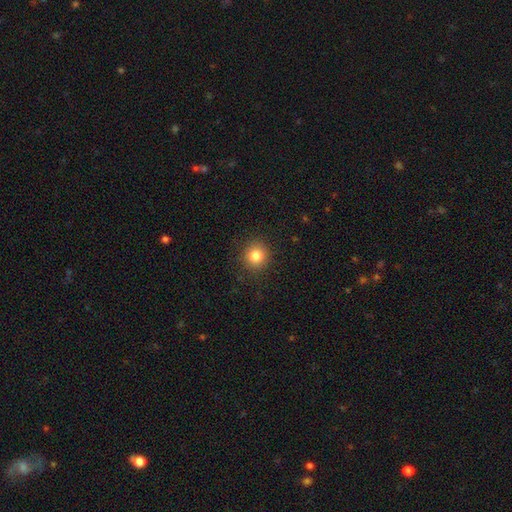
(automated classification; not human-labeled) A smooth galaxy with no disk features (83%) that is round (91%). Merging: none (90%).